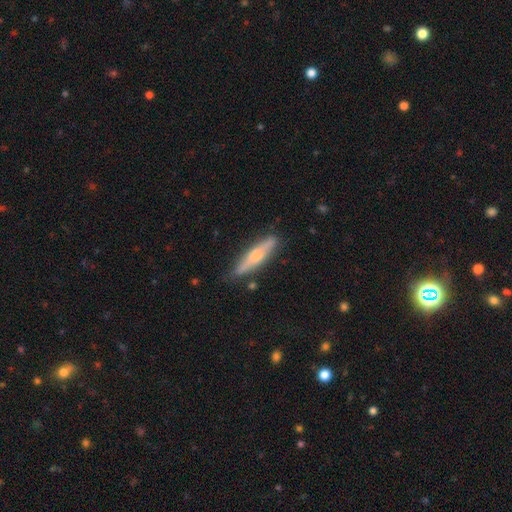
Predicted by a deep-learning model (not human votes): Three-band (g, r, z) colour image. It shows a smooth galaxy with no disk features (48%). Merging: none (83%).